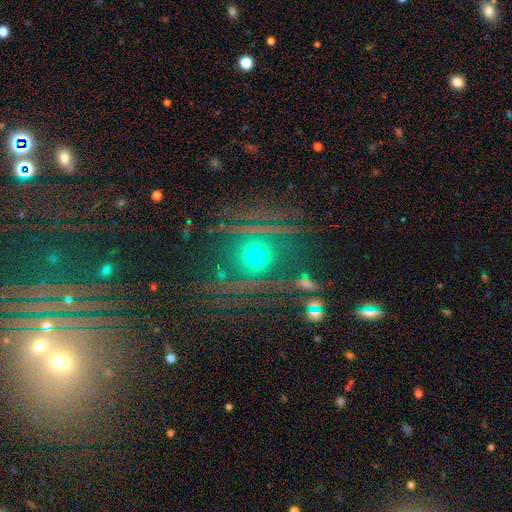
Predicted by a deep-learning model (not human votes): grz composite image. It shows a featured or disk galaxy (44%). Merging: none (71%).